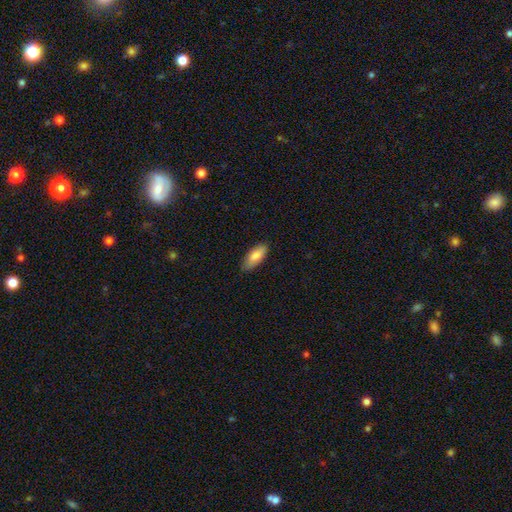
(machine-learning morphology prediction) smooth 80%, featured or disk 14%, star or artifact 6%. Down the decision tree: how rounded — in between (80%); merging — none (79%).